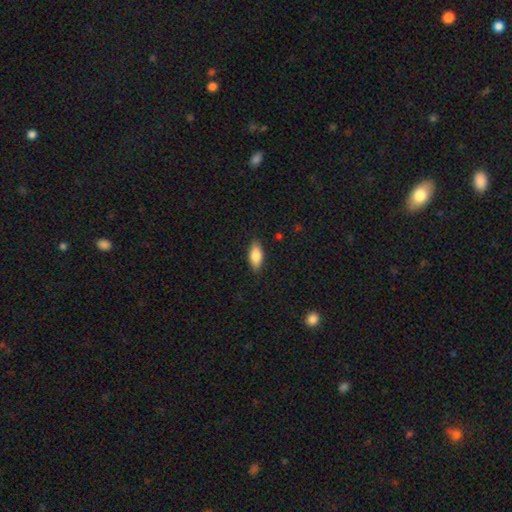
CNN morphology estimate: Smooth or featured? Predicted: smooth (p=0.83). How rounded? Predicted: in between (p=0.84). Merging? Predicted: none (p=0.88).